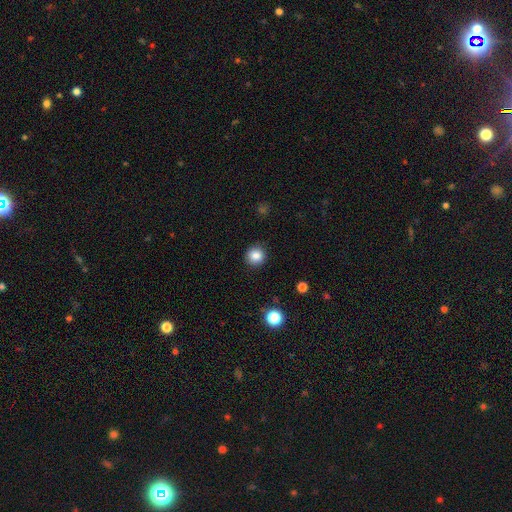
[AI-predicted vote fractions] smooth-or-featured: smooth: 85% | star or artifact: 11% | featured or disk: 4%
  how-rounded: round: 93% | in between: 6% | cigar-shaped: 1%
  merging: none: 90% | minor disturbance: 6% | major disturbance: 2% | merger: 1%